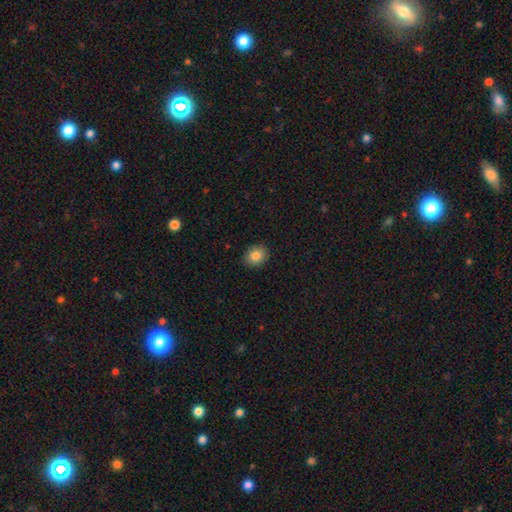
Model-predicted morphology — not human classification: smooth 85%, star or artifact 9%, featured or disk 6%. Down the decision tree: how rounded — round (57%); merging — none (89%).